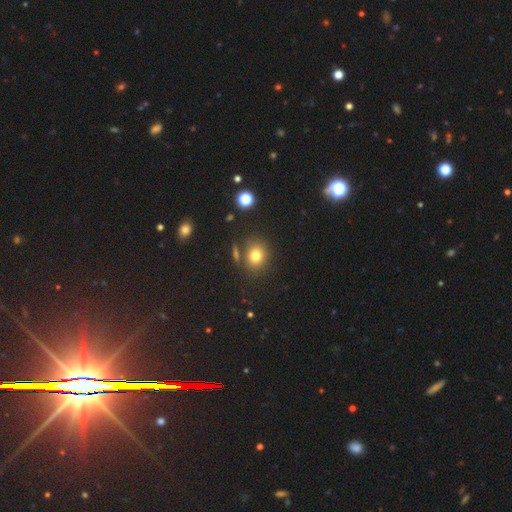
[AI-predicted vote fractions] Q: Smooth or featured?
A: smooth (76%); runner-up: star or artifact (15%)
Q: How rounded?
A: round (72%); runner-up: in between (27%)
Q: Merging?
A: none (76%); runner-up: minor disturbance (11%)